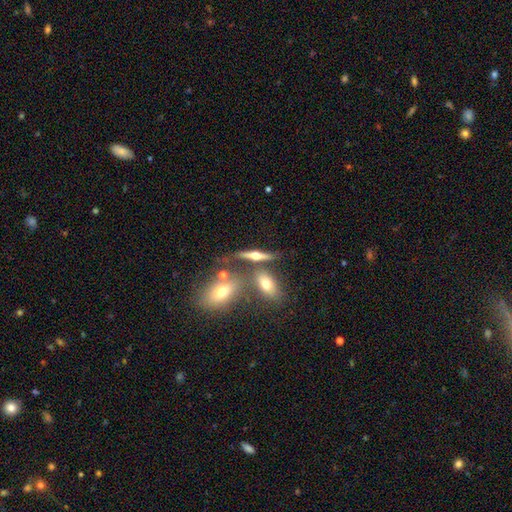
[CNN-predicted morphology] Smooth or featured? featured or disk (59%)
Edge-on disk? yes (88%)
Edge-on bulge? rounded (94%)
Merging? none (65%)